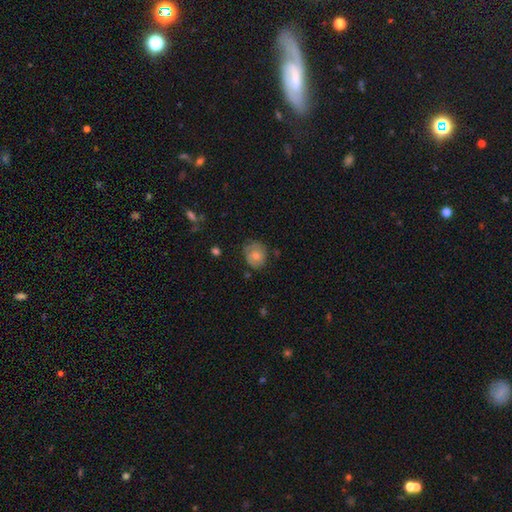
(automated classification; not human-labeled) This is possibly a smooth galaxy (56%). How rounded: likely round (73%). Merging: likely none (70%).